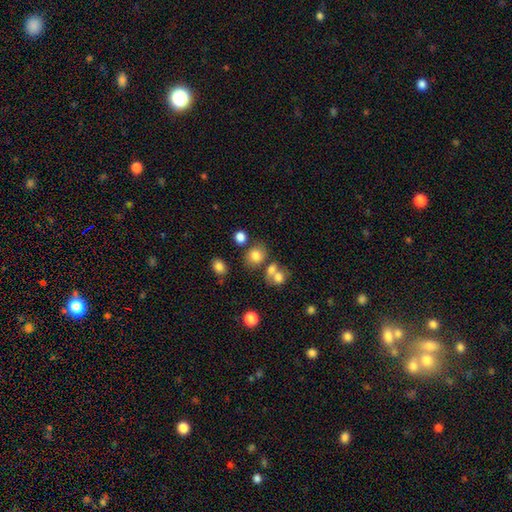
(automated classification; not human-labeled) The model was most divided on "how rounded": round: 59%, in between: 40%, cigar-shaped: 1%. More confident: smooth or featured — smooth (78%); merging — none (62%).